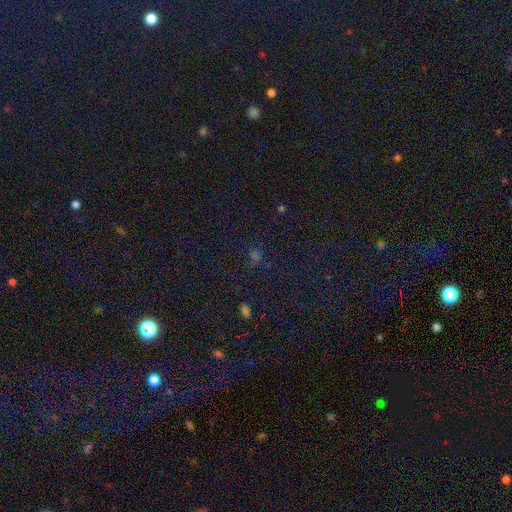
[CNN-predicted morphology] smooth-or-featured: star or artifact: 59% | smooth: 33% | featured or disk: 8%